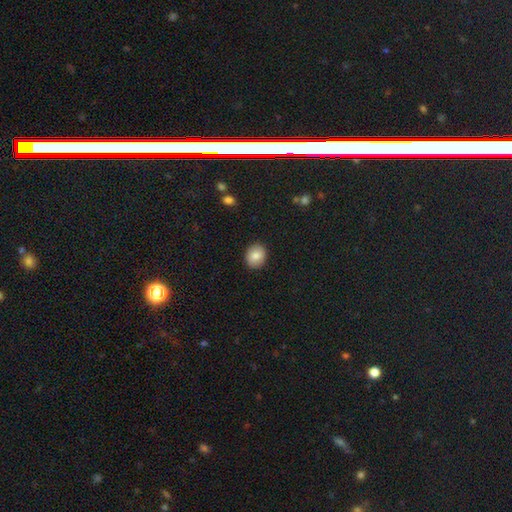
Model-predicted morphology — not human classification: This is clearly a smooth galaxy (84%). How rounded: likely round (64%). Merging: clearly none (91%).